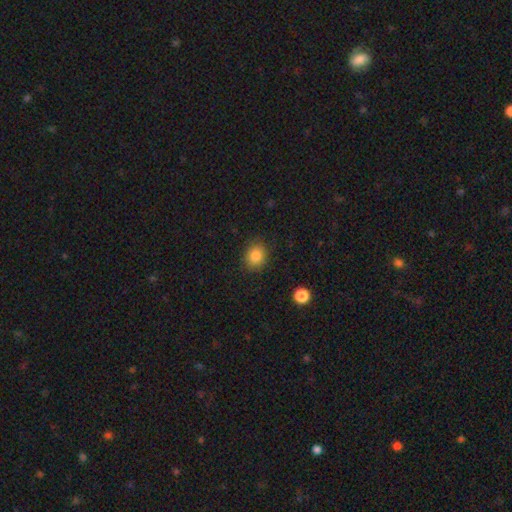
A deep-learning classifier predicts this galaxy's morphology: smooth_or_featured: smooth (p=0.86) [alt: star or artifact p=0.10]
how_rounded: round (p=0.64) [alt: in between p=0.35]
merging: none (p=0.86) [alt: minor disturbance p=0.10]